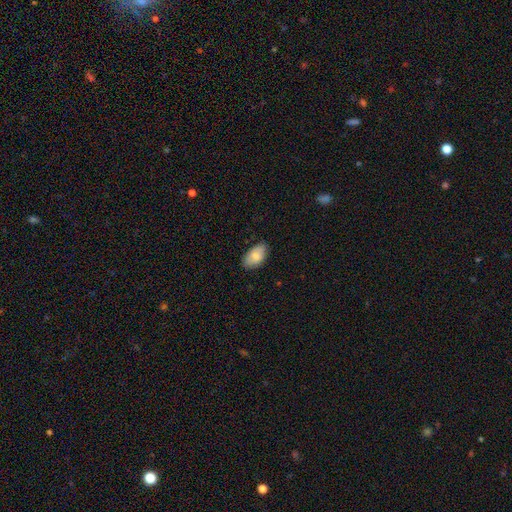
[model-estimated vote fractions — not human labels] Smooth or featured? smooth (81%)
How rounded? in between (95%)
Merging? none (80%)